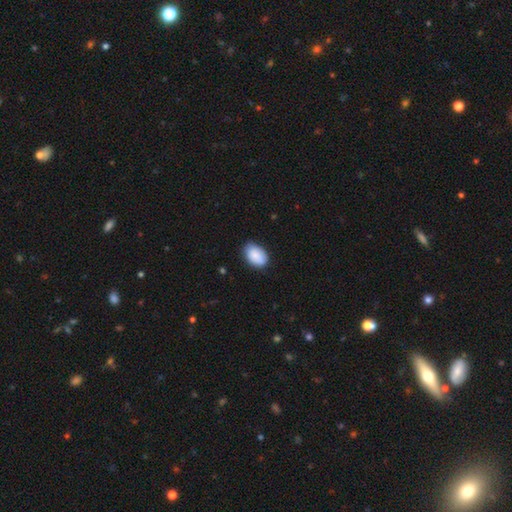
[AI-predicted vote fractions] Overall: smooth (88%). How rounded: in between (87%). Merging: none (76%).